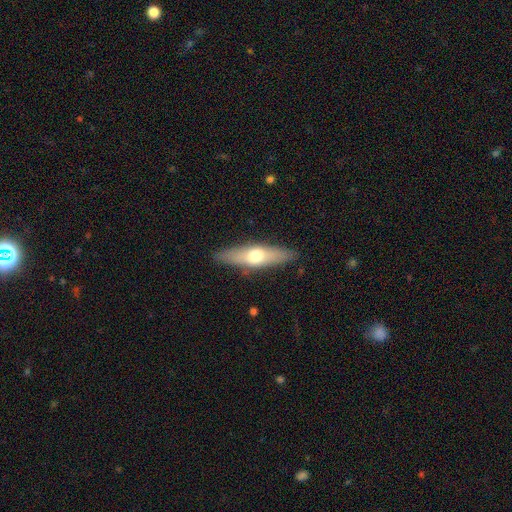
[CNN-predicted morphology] The model was most divided on "smooth or featured": smooth: 53%, featured or disk: 41%, star or artifact: 6%. More confident: merging — none (87%); how rounded — cigar-shaped (64%).